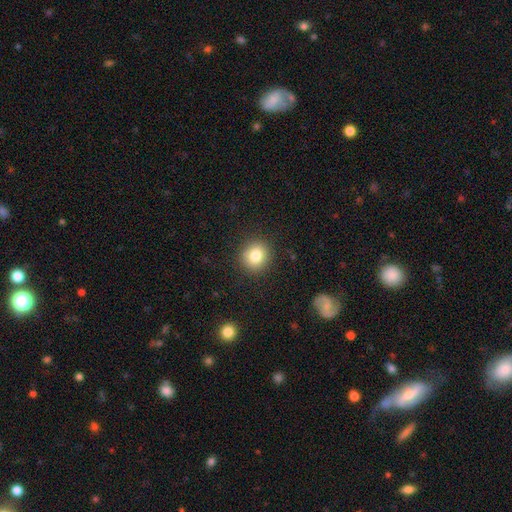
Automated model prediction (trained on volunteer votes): smooth_or_featured: smooth (p=0.82) [alt: star or artifact p=0.11]
how_rounded: round (p=0.87) [alt: in between p=0.12]
merging: none (p=0.90) [alt: minor disturbance p=0.07]